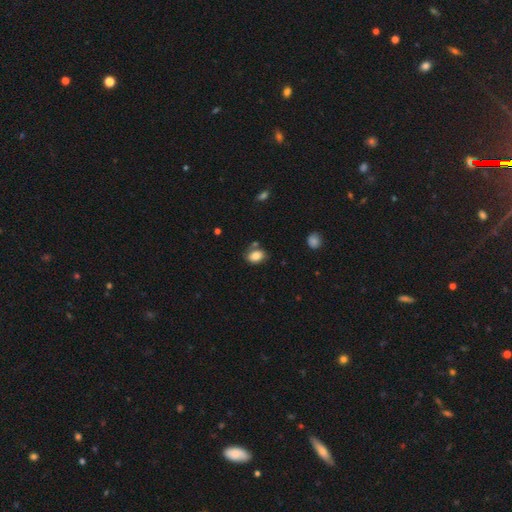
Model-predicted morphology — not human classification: smooth-or-featured: smooth: 83% | star or artifact: 9% | featured or disk: 8%
  how-rounded: in between: 80% | round: 18% | cigar-shaped: 1%
  merging: none: 68% | minor disturbance: 17% | merger: 10% | major disturbance: 5%